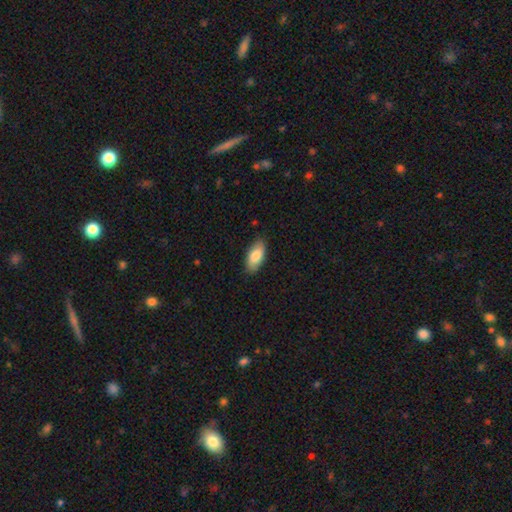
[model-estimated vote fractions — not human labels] smooth_or_featured: smooth (p=0.83) [alt: featured or disk p=0.11]
how_rounded: in between (p=0.90) [alt: cigar-shaped p=0.08]
merging: none (p=0.86) [alt: minor disturbance p=0.11]